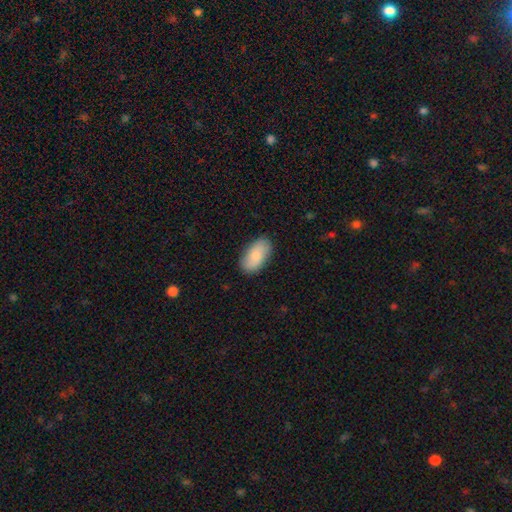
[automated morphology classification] Smooth or featured? Predicted: smooth (p=0.81). How rounded? Predicted: in between (p=0.94). Merging? Predicted: none (p=0.85).